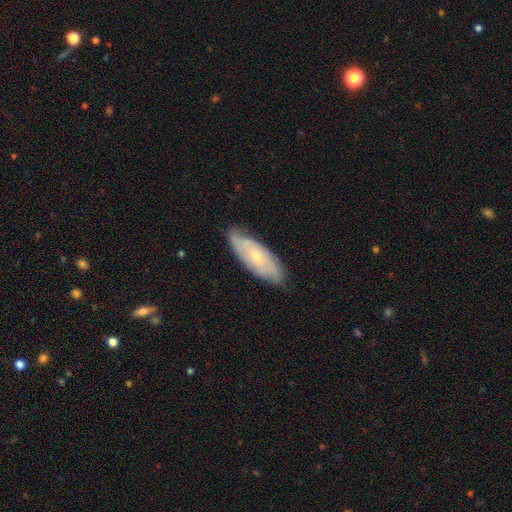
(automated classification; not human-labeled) This is likely a featured or disk galaxy (63%). It is clearly not viewed edge-on (83%). Bar: likely no (72%). Spiral arm pattern: clearly yes (81%). Central bulge: likely small (69%). Merging: likely none (78%).